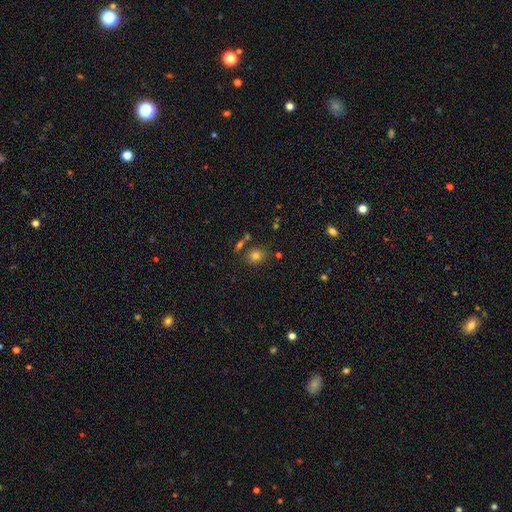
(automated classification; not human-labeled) A smooth galaxy with no disk features (76%) that is round (78%).

Vote fractions:
- Smooth or featured? smooth: 76% / star or artifact: 16% / featured or disk: 8%
- How rounded? round: 78% / in between: 21% / cigar-shaped: 1%
- Merging? none: 76% / minor disturbance: 11% / merger: 9% / major disturbance: 4%